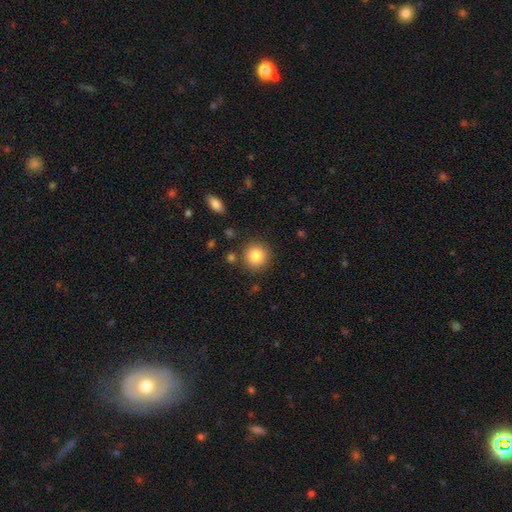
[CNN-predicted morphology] Smooth or featured: smooth — 85% (star or artifact — 9%)
How rounded: round — 93% (in between — 6%)
Merging: none — 86% (minor disturbance — 8%)